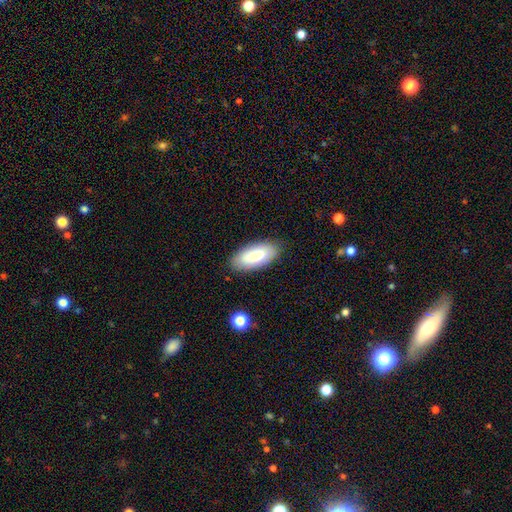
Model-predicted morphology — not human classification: smooth_or_featured: smooth (p=0.80) [alt: featured or disk p=0.14]
how_rounded: in between (p=0.89) [alt: cigar-shaped p=0.09]
merging: none (p=0.85) [alt: minor disturbance p=0.11]